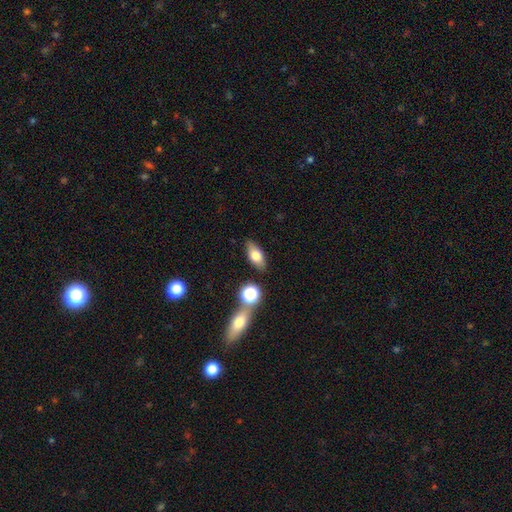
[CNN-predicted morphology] smooth-or-featured: smooth: 72% | featured or disk: 20% | star or artifact: 9%
  how-rounded: in between: 83% | cigar-shaped: 11% | round: 6%
  merging: none: 80% | minor disturbance: 10% | merger: 6% | major disturbance: 3%